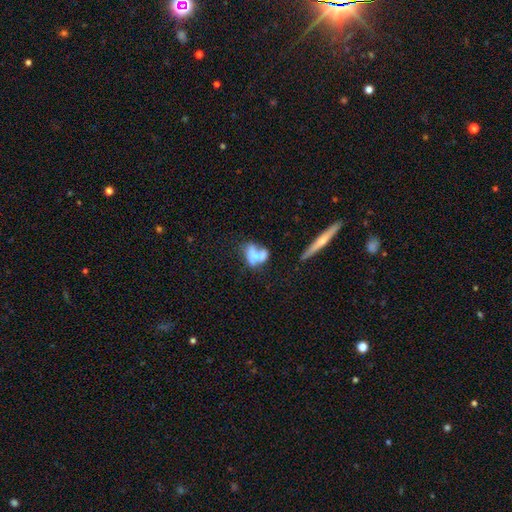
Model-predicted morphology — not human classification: Overall: smooth (52%; featured or disk 39%). How rounded: in between (69%). Merging: merger (46%; none 24%).